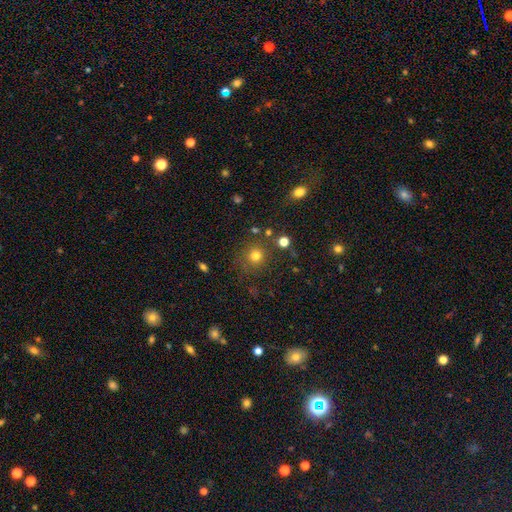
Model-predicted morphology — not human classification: This appears to be a smooth galaxy with no disk features (77%) that is round (91%). Merging: none (80%).